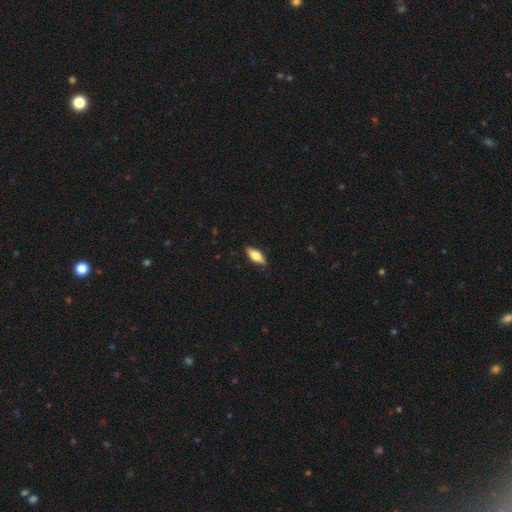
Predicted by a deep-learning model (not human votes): A smooth galaxy with no disk features (63%) that is in between round and cigar-shaped (74%). Merging: none (85%).